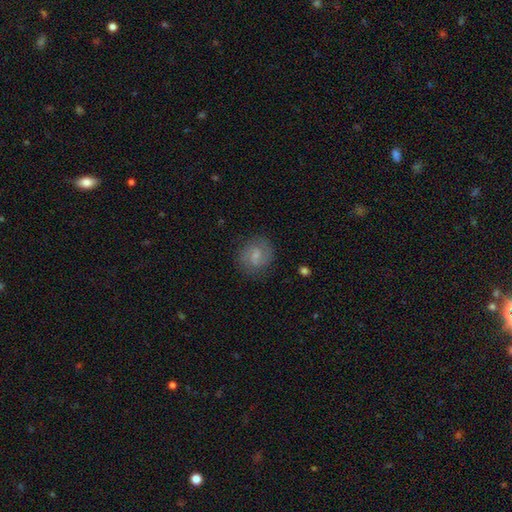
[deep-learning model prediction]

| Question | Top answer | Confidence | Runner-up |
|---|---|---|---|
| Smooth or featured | featured or disk | 58% | smooth (34%) |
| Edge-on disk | no | 98% | yes (2%) |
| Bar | weak | 58% | no (30%) |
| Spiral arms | yes | 91% | no (9%) |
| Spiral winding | medium | 50% | tight (26%) |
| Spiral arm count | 2 | 87% | can't tell (7%) |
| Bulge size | small | 48% | moderate (25%) |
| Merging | none | 82% | minor disturbance (13%) |